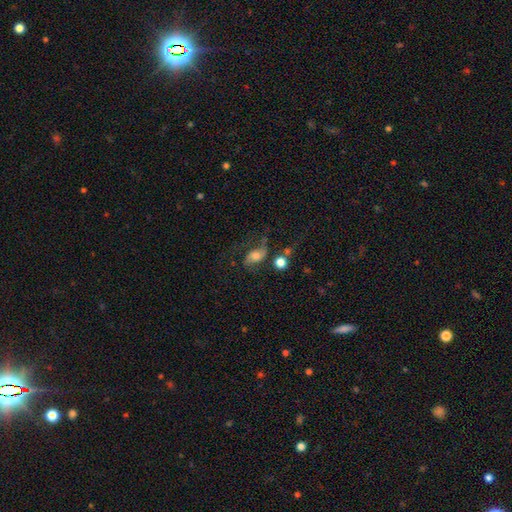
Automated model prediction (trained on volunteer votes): Overall: featured or disk (51%; smooth 37%). Edge-on disk: no (94%). Merging: none (42%; major disturbance 26%).